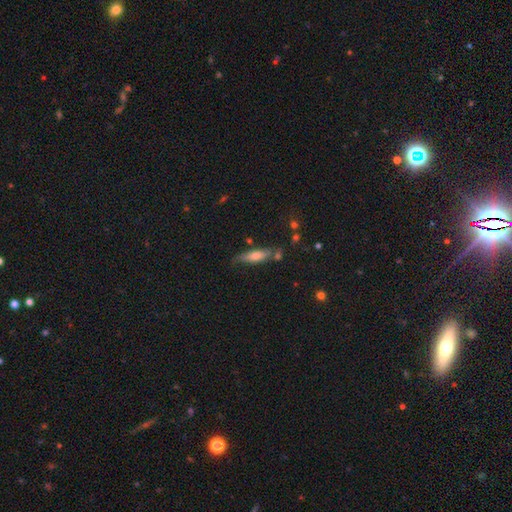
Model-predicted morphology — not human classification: smooth 52%, featured or disk 40%, star or artifact 8%. Down the decision tree: how rounded — cigar-shaped (64%); merging — none (67%).